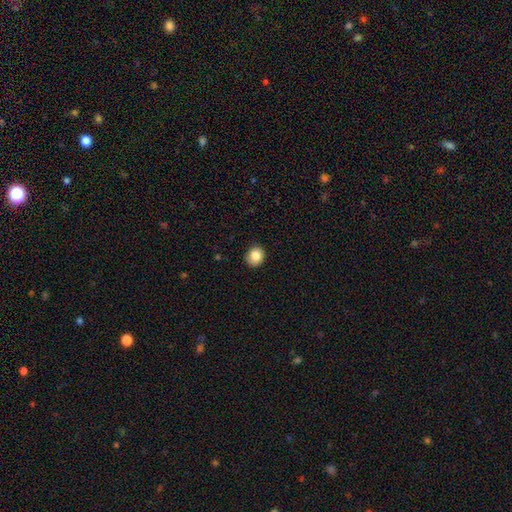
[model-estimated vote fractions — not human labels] Overall: smooth (84%). How rounded: round (82%). Merging: none (88%).